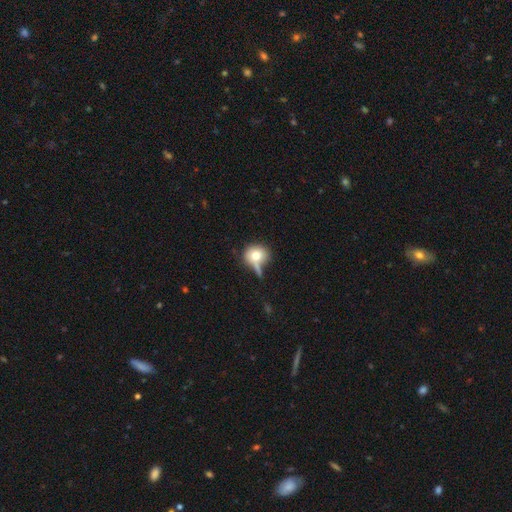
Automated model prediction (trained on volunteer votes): Smooth or featured: smooth — 72% (featured or disk — 18%)
How rounded: round — 76% (in between — 22%)
Merging: none — 42% (minor disturbance — 22%)